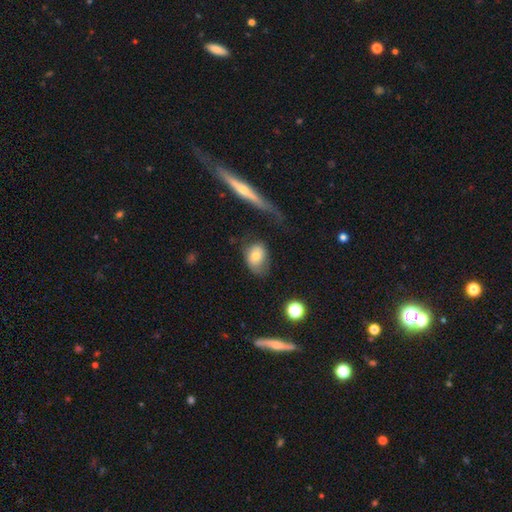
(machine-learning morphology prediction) This appears to be a smooth galaxy with no disk features (69%) that is in between round and cigar-shaped (68%). Merging: none (40%).